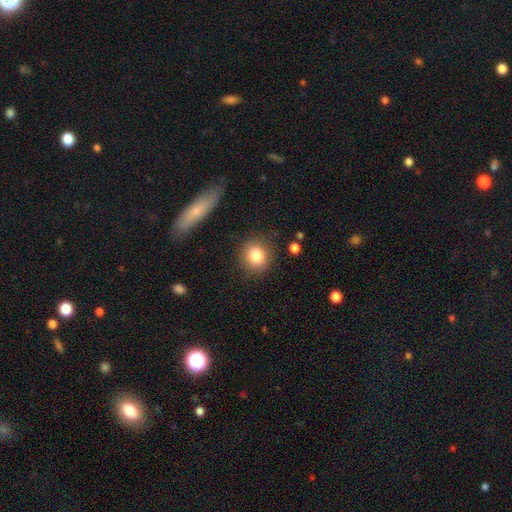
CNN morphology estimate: Smooth or featured? Predicted: smooth (p=0.83). How rounded? Predicted: round (p=0.83). Merging? Predicted: none (p=0.87).